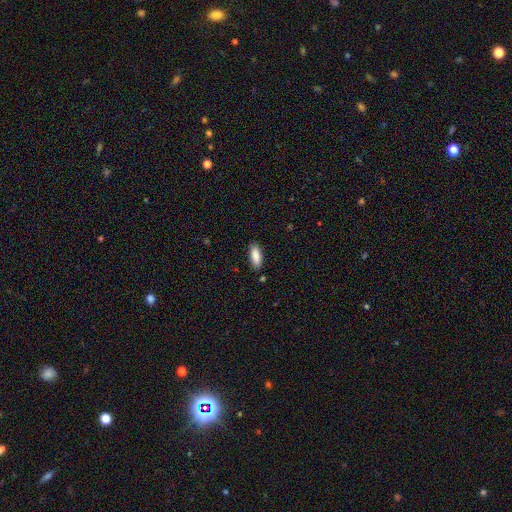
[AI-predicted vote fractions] This is clearly a smooth galaxy (88%). How rounded: likely in between (72%). Merging: clearly none (85%).